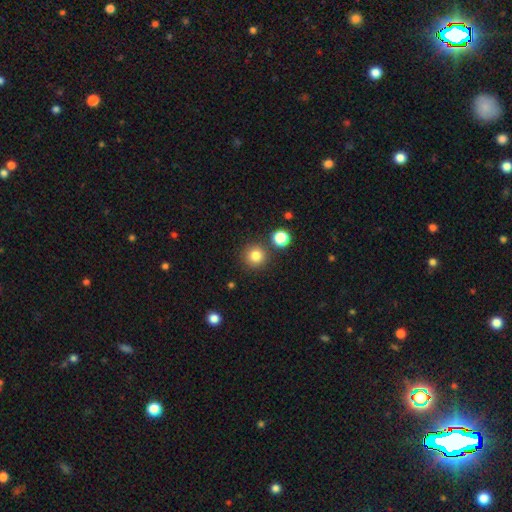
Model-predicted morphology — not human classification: Q: Smooth or featured?
A: smooth (83%); runner-up: star or artifact (12%)
Q: How rounded?
A: round (94%); runner-up: in between (5%)
Q: Merging?
A: none (86%); runner-up: minor disturbance (7%)